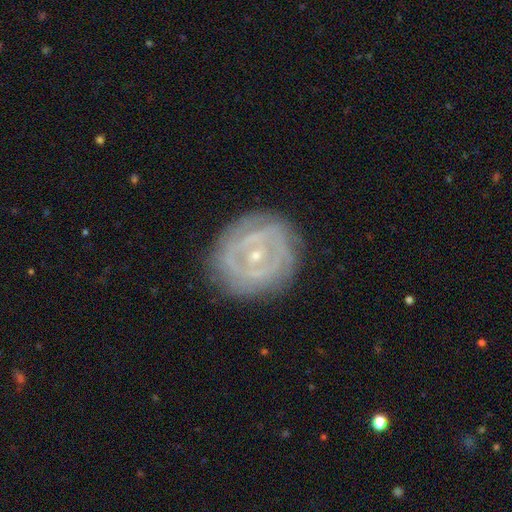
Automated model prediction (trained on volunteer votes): A featured or disk galaxy (79%) with no bar (41%), tight (74%) spiral arms (72%) and a small central bulge (75%).

Vote fractions:
- Smooth or featured? featured or disk: 79% / smooth: 15% / star or artifact: 6%
- Edge-on disk? no: 96% / yes: 4%
- Bar? no: 41% / weak: 37% / strong: 21%
- Spiral arms? yes: 72% / no: 28%
- Spiral winding? tight: 74% / medium: 20% / loose: 7%
- Spiral arm count? can't tell: 43% / 2: 33% / 3: 10% / 4: 6% / 1: 5% / more than 4: 4%
- Bulge size? small: 75% / moderate: 22% / none: 1% / large: 1% / dominant: 1%
- Merging? none: 80% / minor disturbance: 13% / major disturbance: 5% / merger: 1%